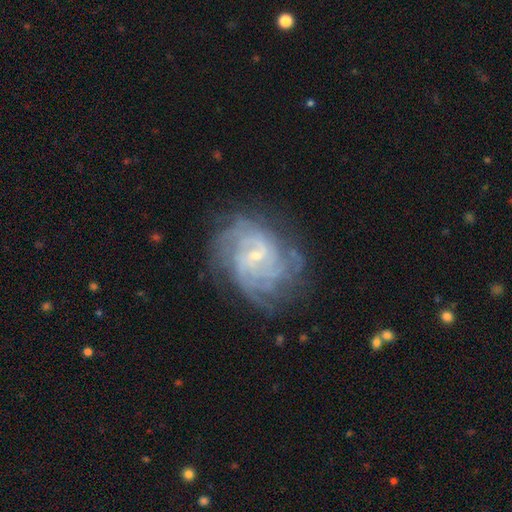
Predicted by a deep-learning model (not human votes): This is clearly a featured or disk galaxy (87%). It is clearly not viewed edge-on (98%). Bar: possibly weak (48%). Spiral arm pattern: clearly yes (97%). Spiral arm count: marginally can't tell (30%). Spiral winding: likely tight (64%). Central bulge: likely small (79%). Merging: likely none (70%).